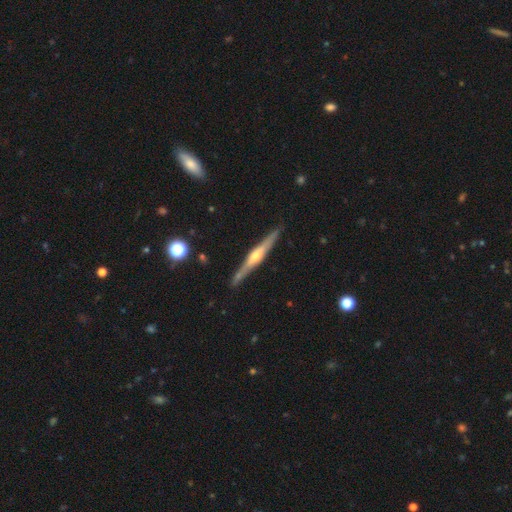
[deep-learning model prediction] Smooth or featured: featured or disk — 78% (smooth — 17%)
Edge-on disk: yes — 98% (no — 2%)
Edge-on bulge: rounded — 86% (boxy — 7%)
Merging: none — 89% (minor disturbance — 8%)